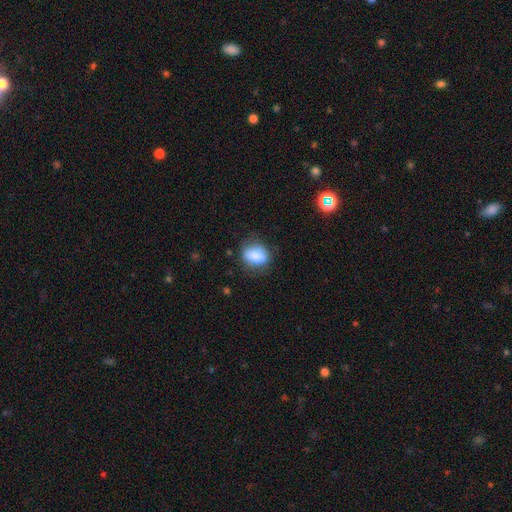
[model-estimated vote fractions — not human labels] Overall: smooth (84%). How rounded: in between (71%). Merging: none (72%).